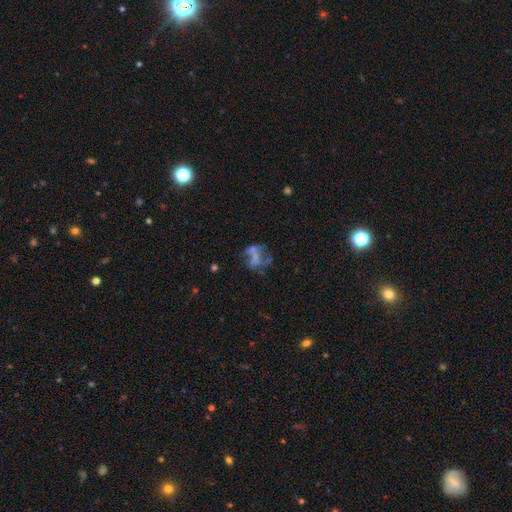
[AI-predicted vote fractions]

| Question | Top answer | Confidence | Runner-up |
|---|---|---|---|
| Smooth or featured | featured or disk | 53% | star or artifact (25%) |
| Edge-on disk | no | 96% | yes (4%) |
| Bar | no | 79% | weak (14%) |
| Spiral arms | no | 77% | yes (23%) |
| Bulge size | none | 69% | small (15%) |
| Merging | none | 41% | major disturbance (26%) |